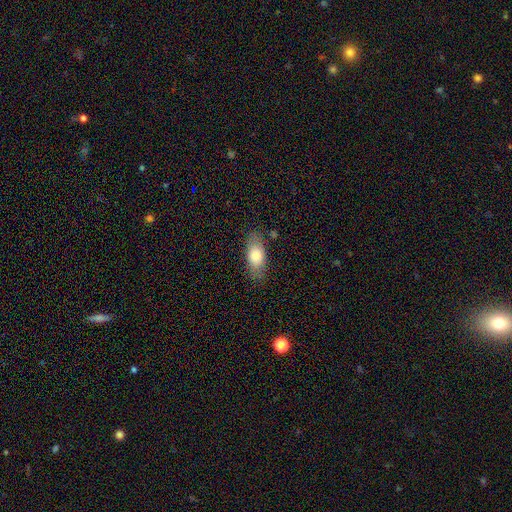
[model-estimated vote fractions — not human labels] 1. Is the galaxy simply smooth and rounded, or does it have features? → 77% smooth, 17% featured or disk, 7% star or artifact.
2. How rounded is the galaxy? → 86% in between, 9% cigar-shaped, 4% round.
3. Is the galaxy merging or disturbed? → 80% none, 14% minor disturbance, 4% major disturbance, 2% merger.